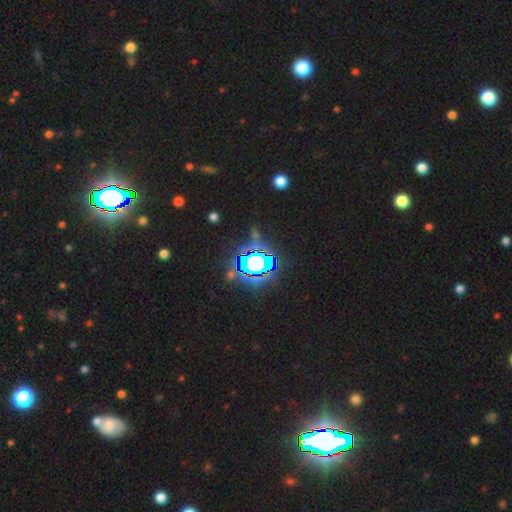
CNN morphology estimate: Smooth or featured? star or artifact (76%)